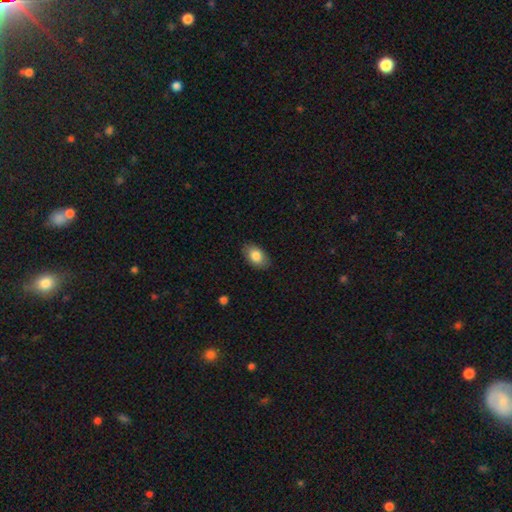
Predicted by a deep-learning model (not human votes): smooth_or_featured: smooth (p=0.83) [alt: featured or disk p=0.10]
how_rounded: in between (p=0.92) [alt: round p=0.07]
merging: none (p=0.86) [alt: minor disturbance p=0.11]